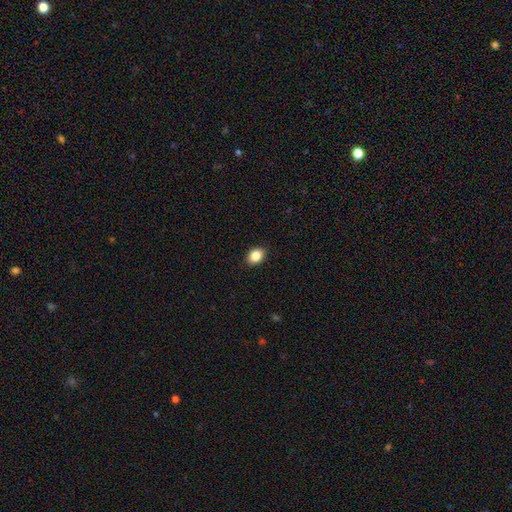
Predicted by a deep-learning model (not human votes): Smooth or featured: smooth — 86% (star or artifact — 9%)
How rounded: in between — 65% (round — 34%)
Merging: none — 89% (minor disturbance — 8%)